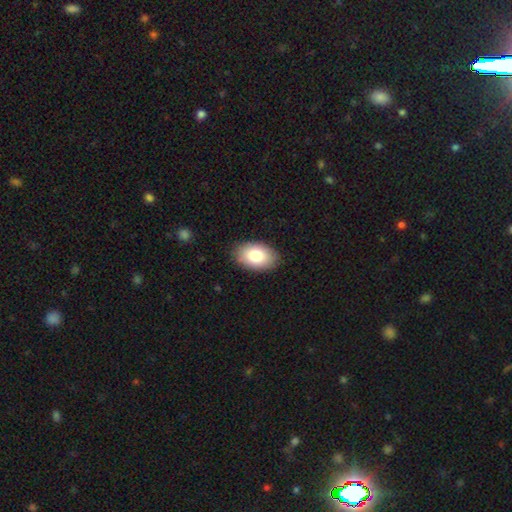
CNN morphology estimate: smooth_or_featured: smooth (p=0.82) [alt: featured or disk p=0.11]
how_rounded: in between (p=0.91) [alt: round p=0.08]
merging: none (p=0.87) [alt: minor disturbance p=0.10]